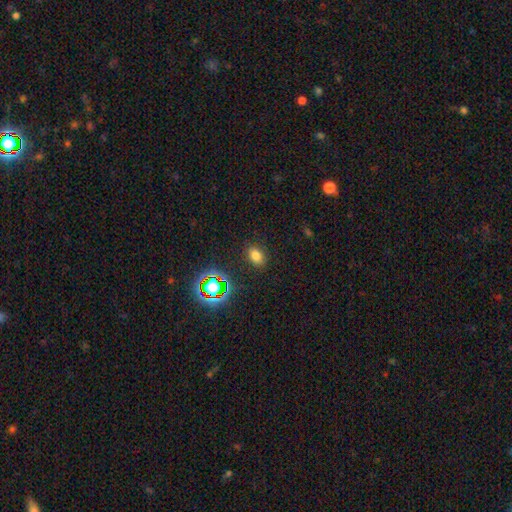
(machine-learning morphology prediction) Smooth or featured? smooth (73%)
How rounded? in between (80%)
Merging? none (87%)